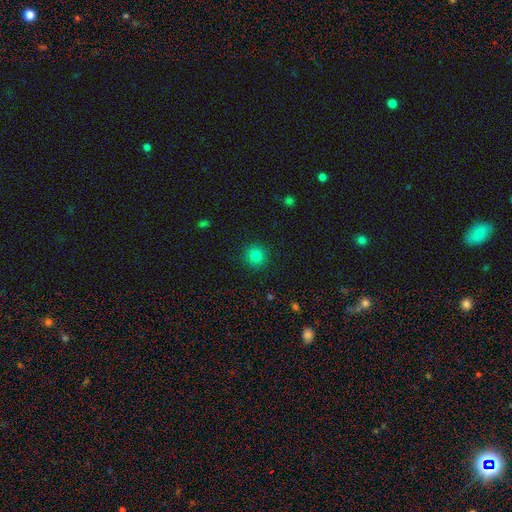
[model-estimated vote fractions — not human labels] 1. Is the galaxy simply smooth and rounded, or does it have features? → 82% smooth, 13% star or artifact, 5% featured or disk.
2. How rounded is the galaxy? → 94% round, 5% in between, 1% cigar-shaped.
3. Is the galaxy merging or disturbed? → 91% none, 6% minor disturbance, 2% major disturbance, 1% merger.